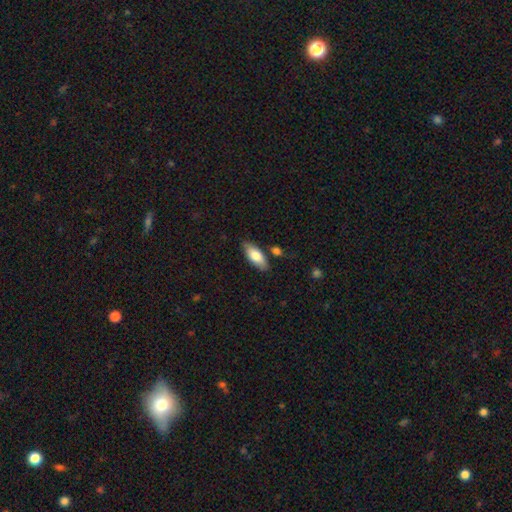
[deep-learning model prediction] A smooth galaxy with no disk features (77%) that is in between round and cigar-shaped (78%). Merging: none (82%).